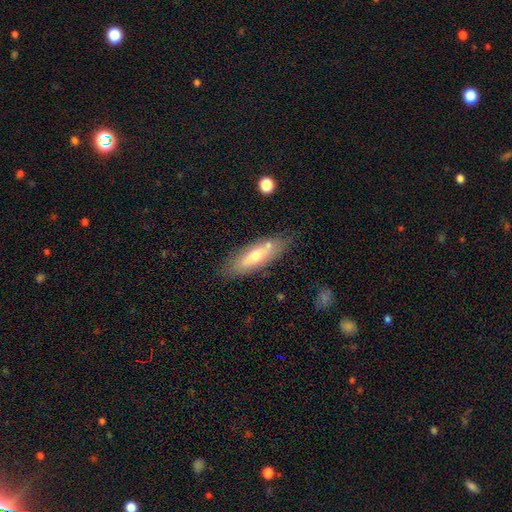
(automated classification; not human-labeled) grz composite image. It shows a smooth galaxy with no disk features (54%) that is cigar-shaped (50%). Merging: none (76%).